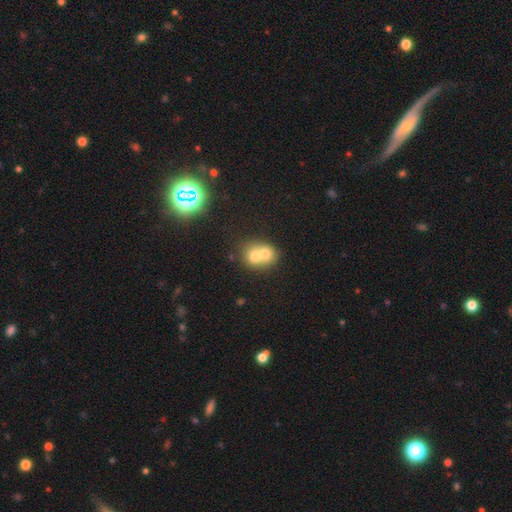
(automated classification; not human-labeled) smooth 68%, featured or disk 22%, star or artifact 10%. Down the decision tree: how rounded — round (69%); merging — merger (74%).